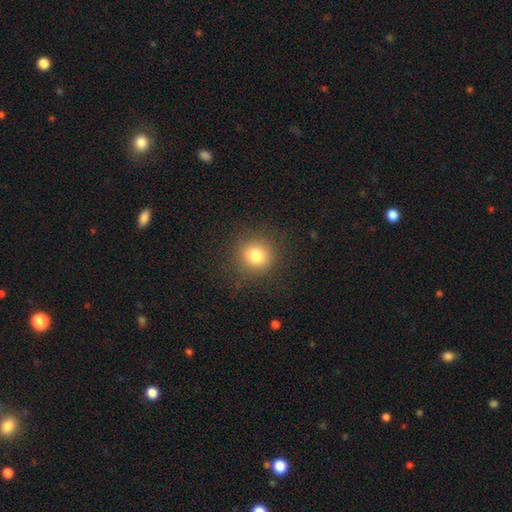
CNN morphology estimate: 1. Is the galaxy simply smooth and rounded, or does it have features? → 80% smooth, 12% star or artifact, 8% featured or disk.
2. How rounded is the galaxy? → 87% round, 12% in between, 1% cigar-shaped.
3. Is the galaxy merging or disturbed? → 88% none, 7% minor disturbance, 3% major disturbance, 1% merger.